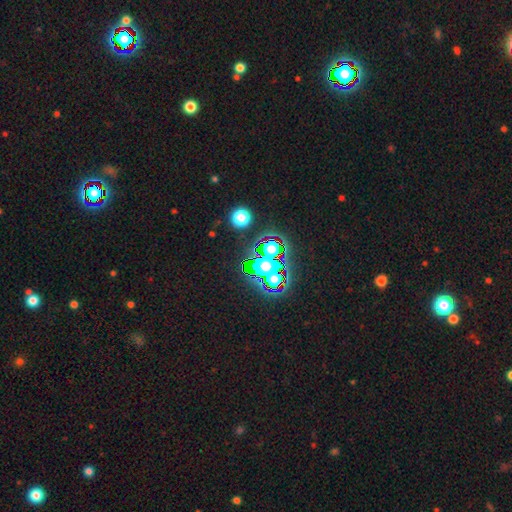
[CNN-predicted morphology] The model was most divided on "smooth or featured": star or artifact: 83%, smooth: 10%, featured or disk: 7%.